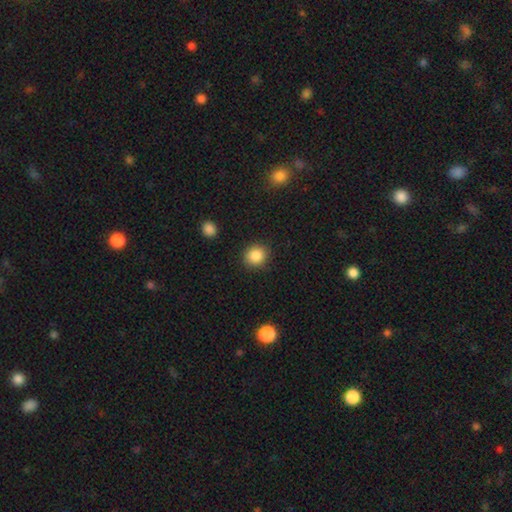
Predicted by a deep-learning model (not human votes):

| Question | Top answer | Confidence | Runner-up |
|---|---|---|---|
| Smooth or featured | smooth | 86% | star or artifact (9%) |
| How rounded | round | 83% | in between (16%) |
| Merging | none | 88% | minor disturbance (7%) |